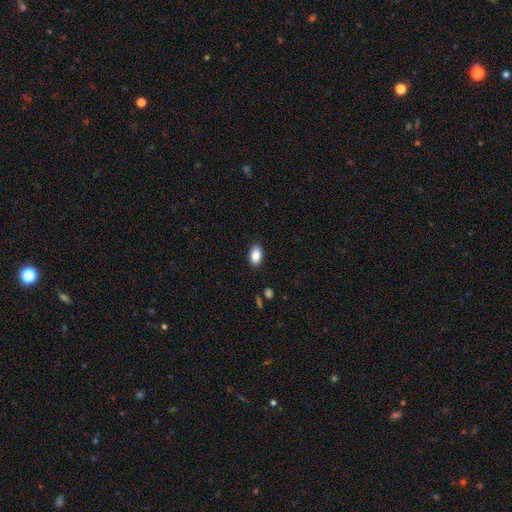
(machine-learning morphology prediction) Overall: smooth (87%). How rounded: in between (91%). Merging: none (88%).